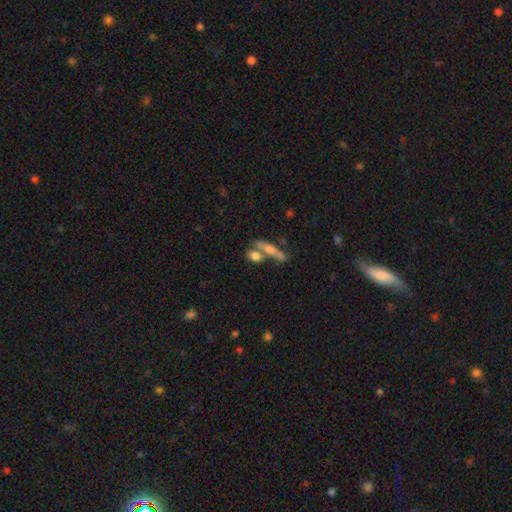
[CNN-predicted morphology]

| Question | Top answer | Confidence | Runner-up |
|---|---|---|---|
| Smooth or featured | smooth | 67% | featured or disk (22%) |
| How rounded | in between | 54% | cigar-shaped (25%) |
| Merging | merger | 41% | tied: none (41%) |